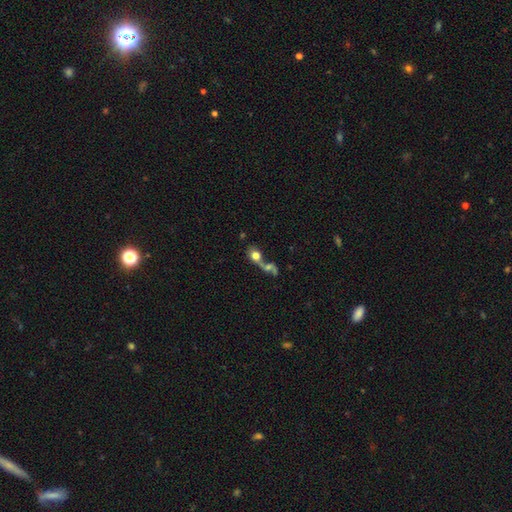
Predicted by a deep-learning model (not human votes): smooth 67%, featured or disk 22%, star or artifact 11%. Down the decision tree: how rounded — round (57%); merging — merger (65%).